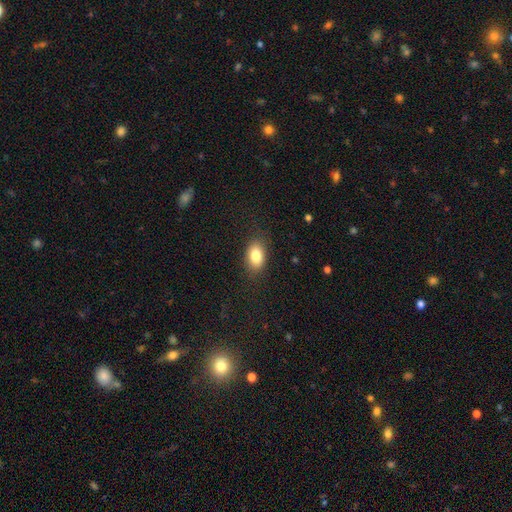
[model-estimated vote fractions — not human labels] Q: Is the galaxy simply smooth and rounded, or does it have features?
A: smooth — 83%.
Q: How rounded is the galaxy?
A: in between — 86%.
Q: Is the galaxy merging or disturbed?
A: none — 83%.